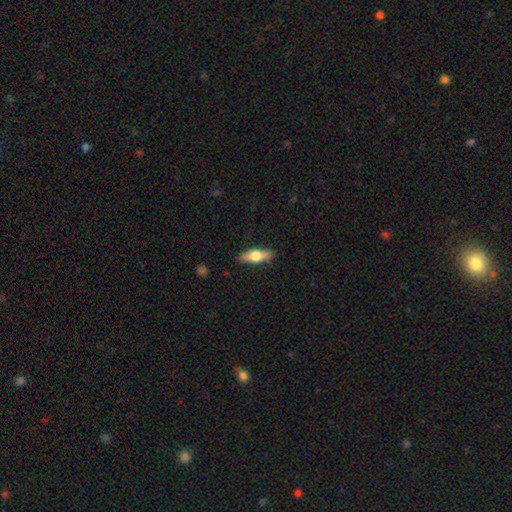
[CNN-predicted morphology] Overall: smooth (50%; featured or disk 44%). How rounded: cigar-shaped (49%; in between 48%). Merging: none (86%).